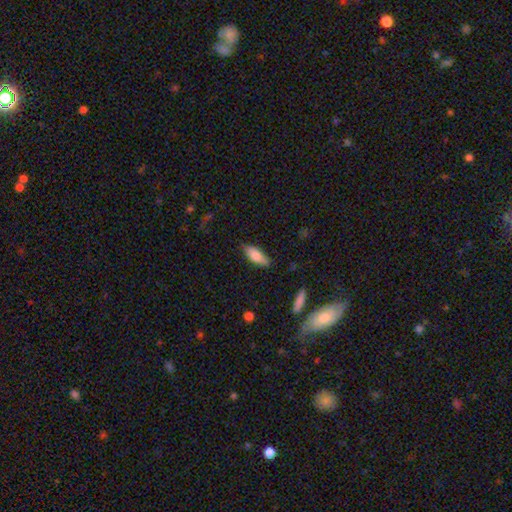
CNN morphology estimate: Overall: smooth (77%). How rounded: in between (74%). Merging: none (77%).